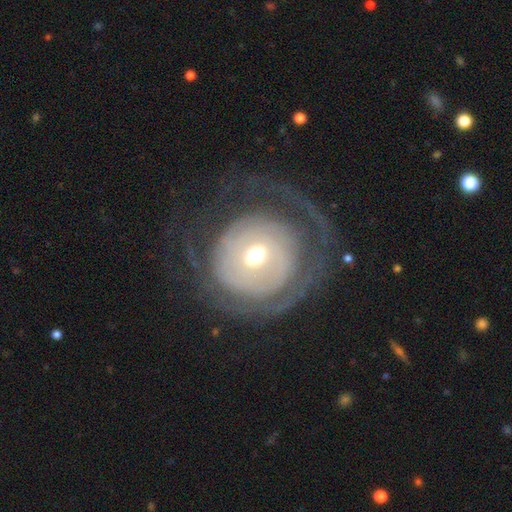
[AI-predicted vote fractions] Smooth or featured? Predicted: featured or disk (p=0.72). Edge-on disk? Predicted: no (p=0.97). Bar? Predicted: no (p=0.66). Spiral arms? Predicted: yes (p=0.70). Bulge size? Predicted: moderate (p=0.67). Merging? Predicted: none (p=0.50).